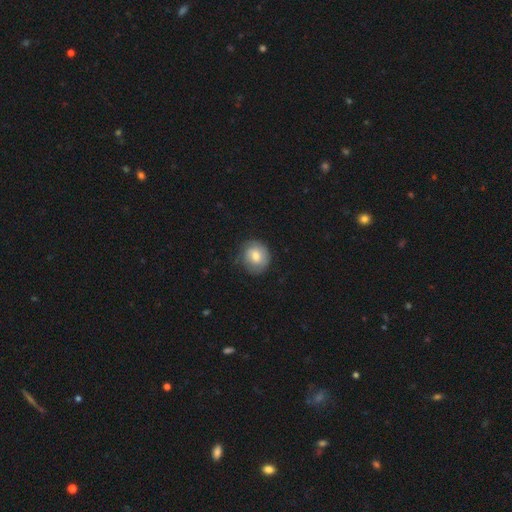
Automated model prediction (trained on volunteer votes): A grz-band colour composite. It shows a smooth galaxy with no disk features (73%) that is round (81%). Merging: none (72%).